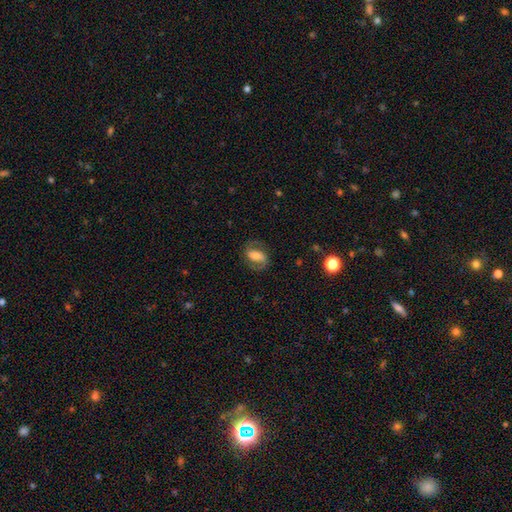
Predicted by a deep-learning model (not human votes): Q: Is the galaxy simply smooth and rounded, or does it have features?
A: featured or disk — 62%.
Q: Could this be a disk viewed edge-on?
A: no — 95%.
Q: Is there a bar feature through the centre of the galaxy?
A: strong — 38%.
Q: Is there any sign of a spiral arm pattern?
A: yes — 87%.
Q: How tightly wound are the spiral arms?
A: medium — 50%.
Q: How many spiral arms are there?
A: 2 — 87%.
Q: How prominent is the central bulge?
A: moderate — 42%.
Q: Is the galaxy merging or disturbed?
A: none — 74%.